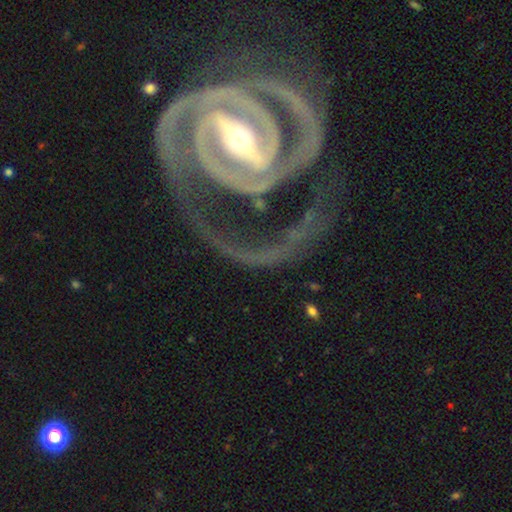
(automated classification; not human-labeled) The model was most divided on "bulge size": moderate: 48%, small: 46%, large: 3%, none: 1%, dominant: 1%. More confident: spiral arms — yes (98%); edge-on disk — no (97%); smooth or featured — featured or disk (93%); spiral arm count — 2 (73%); bar — strong (71%); spiral winding — tight (64%); merging — none (52%).